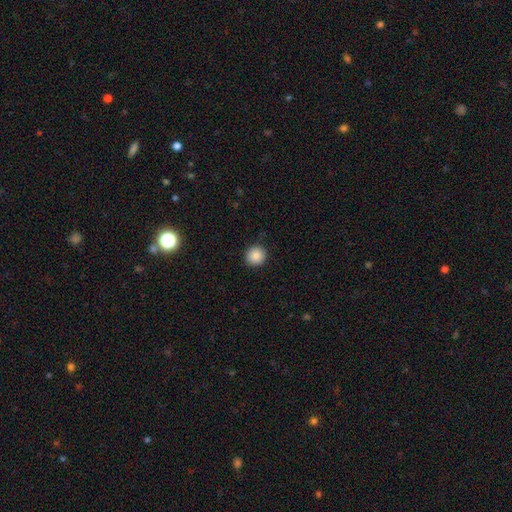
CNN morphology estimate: Smooth or featured: smooth — 87% (star or artifact — 9%)
How rounded: round — 91% (in between — 8%)
Merging: none — 88% (minor disturbance — 8%)